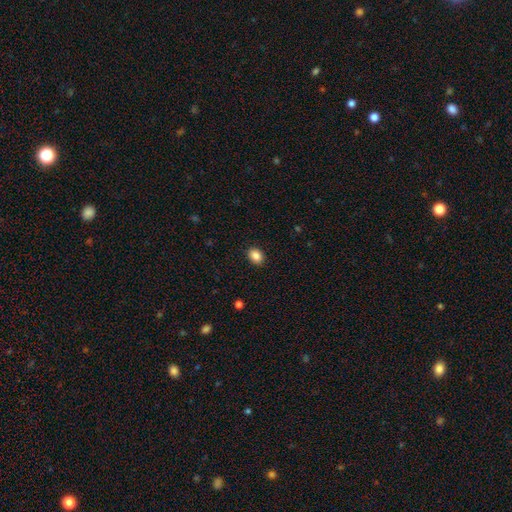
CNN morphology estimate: Q: Smooth or featured?
A: smooth (87%); runner-up: star or artifact (9%)
Q: How rounded?
A: in between (59%); runner-up: round (40%)
Q: Merging?
A: none (90%); runner-up: minor disturbance (7%)